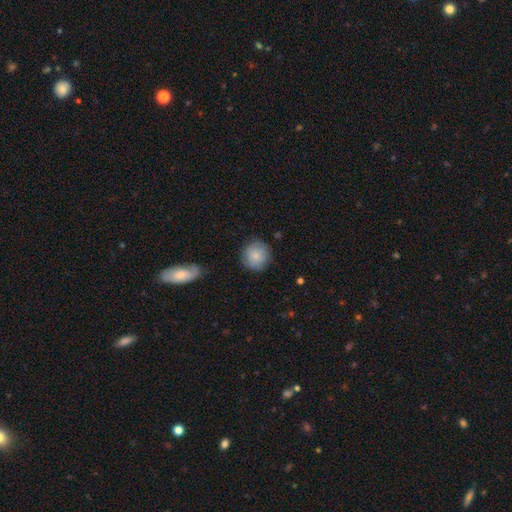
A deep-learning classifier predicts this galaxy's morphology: Q: Smooth or featured?
A: smooth (77%); runner-up: featured or disk (16%)
Q: How rounded?
A: round (91%); runner-up: in between (8%)
Q: Merging?
A: none (84%); runner-up: minor disturbance (12%)